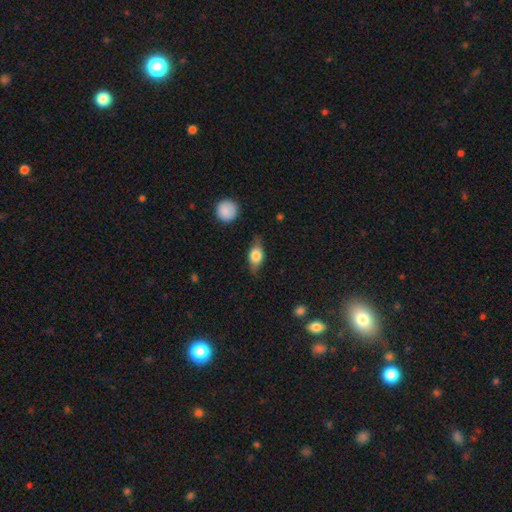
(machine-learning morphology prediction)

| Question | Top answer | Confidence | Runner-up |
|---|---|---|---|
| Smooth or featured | smooth | 63% | featured or disk (30%) |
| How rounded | in between | 75% | round (13%) |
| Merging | none | 73% | minor disturbance (20%) |